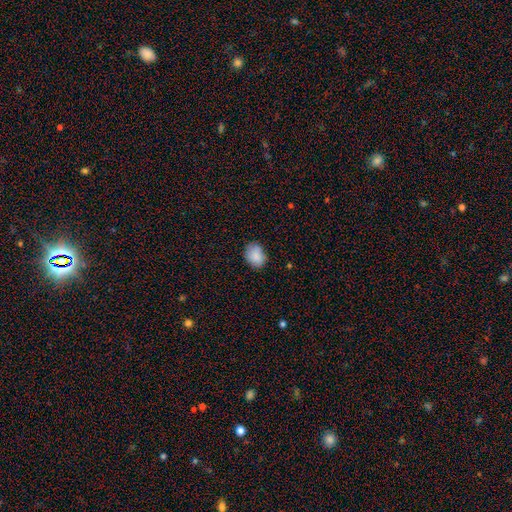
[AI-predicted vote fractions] A smooth galaxy with no disk features (87%) that is in between round and cigar-shaped (59%). Merging: none (73%).